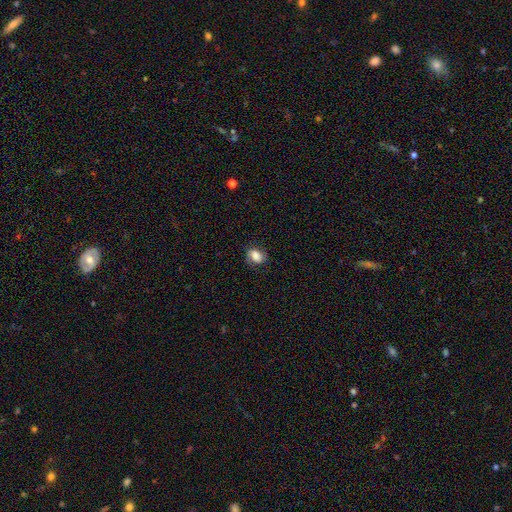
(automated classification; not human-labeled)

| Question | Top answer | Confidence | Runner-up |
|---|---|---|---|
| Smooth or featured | smooth | 73% | featured or disk (17%) |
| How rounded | in between | 74% | round (24%) |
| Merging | none | 71% | minor disturbance (20%) |